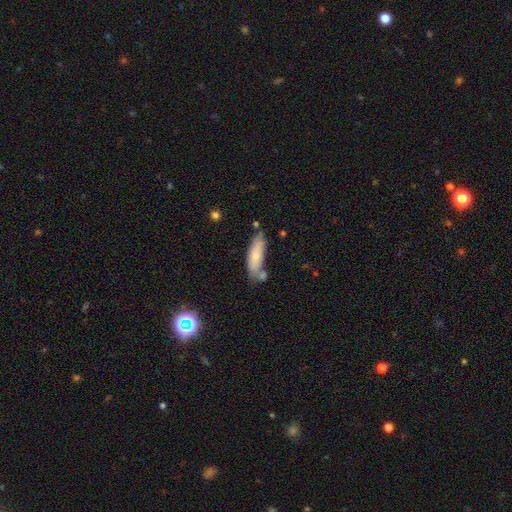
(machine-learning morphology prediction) This is likely a smooth galaxy (76%). How rounded: possibly in between (56%). Merging: likely none (62%).